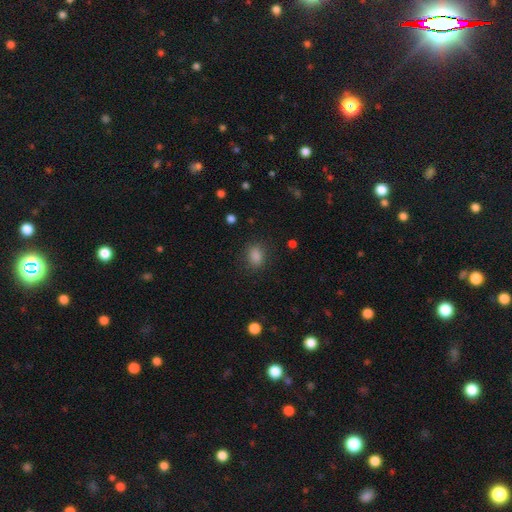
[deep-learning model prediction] Q: Smooth or featured?
A: smooth (83%); runner-up: star or artifact (12%)
Q: How rounded?
A: in between (66%); runner-up: round (33%)
Q: Merging?
A: none (84%); runner-up: minor disturbance (11%)